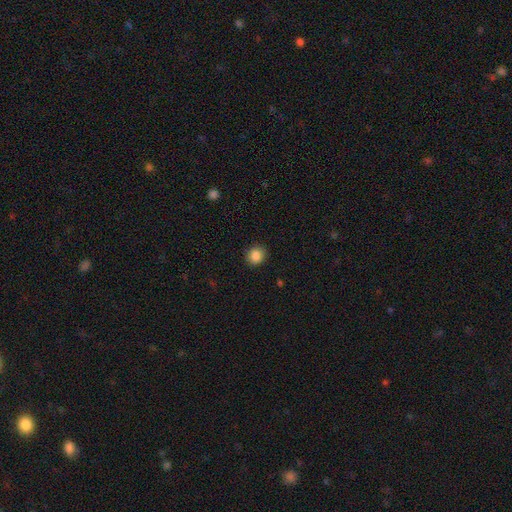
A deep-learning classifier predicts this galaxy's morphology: Smooth or featured?
  - smooth: 86% *
  - star or artifact: 10%
  - featured or disk: 4%
How rounded?
  - round: 82% *
  - in between: 17%
  - cigar-shaped: 1%
Merging?
  - none: 89% *
  - minor disturbance: 8%
  - major disturbance: 2%
  - merger: 1%